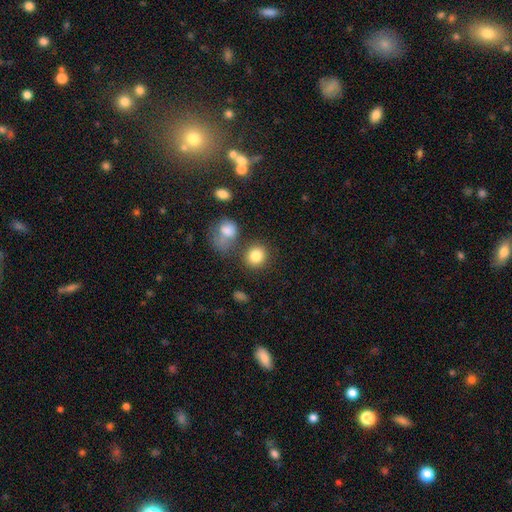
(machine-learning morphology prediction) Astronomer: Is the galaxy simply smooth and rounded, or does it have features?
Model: smooth — 83%.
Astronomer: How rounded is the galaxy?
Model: round — 80%.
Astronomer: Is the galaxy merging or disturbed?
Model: none — 72%.